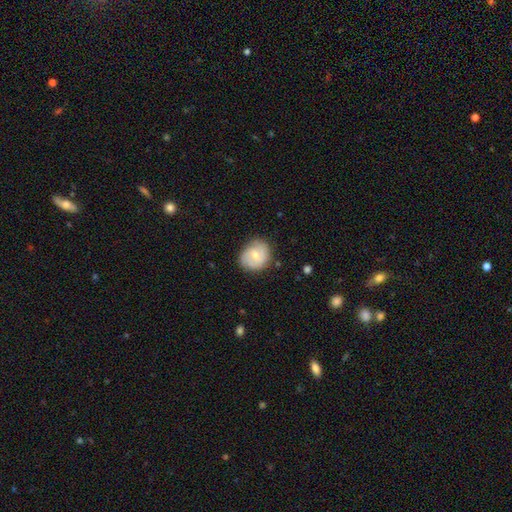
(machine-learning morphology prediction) A smooth galaxy with no disk features (50%).

Vote fractions:
- Smooth or featured? smooth: 50% / featured or disk: 43% / star or artifact: 7%
- Merging? none: 75% / minor disturbance: 19% / major disturbance: 5% / merger: 1%